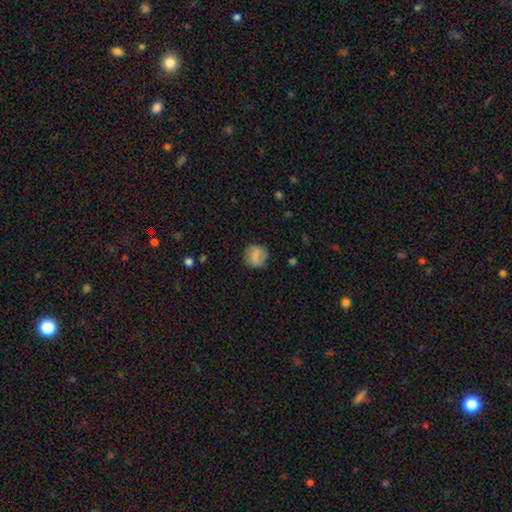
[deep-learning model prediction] The model was most divided on "smooth or featured": smooth: 72%, featured or disk: 19%, star or artifact: 9%. More confident: how rounded — round (84%); merging — none (77%).